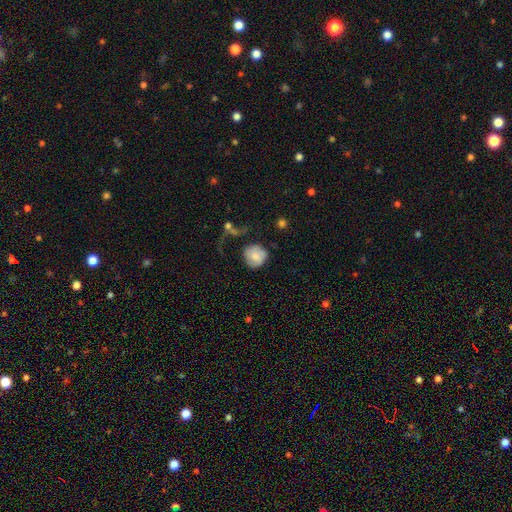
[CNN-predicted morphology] A smooth galaxy with no disk features (70%) that is round (87%).

Vote fractions:
- Smooth or featured? smooth: 70% / featured or disk: 22% / star or artifact: 7%
- How rounded? round: 87% / in between: 12% / cigar-shaped: 1%
- Merging? none: 56% / minor disturbance: 22% / major disturbance: 16% / merger: 6%